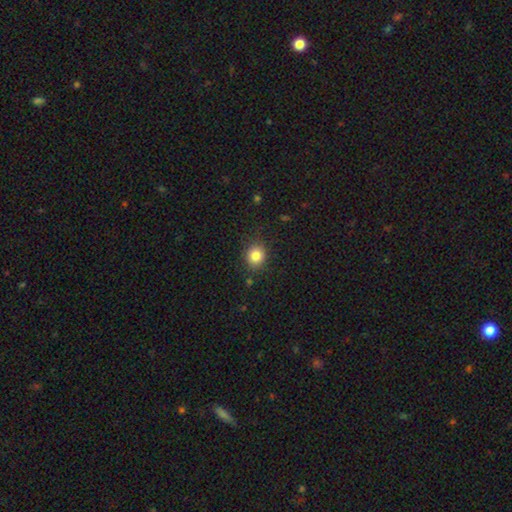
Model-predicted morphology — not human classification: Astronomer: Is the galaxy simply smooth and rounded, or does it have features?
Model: smooth — 84%.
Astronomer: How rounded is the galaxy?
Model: round — 76%.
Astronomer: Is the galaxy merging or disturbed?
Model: none — 84%.